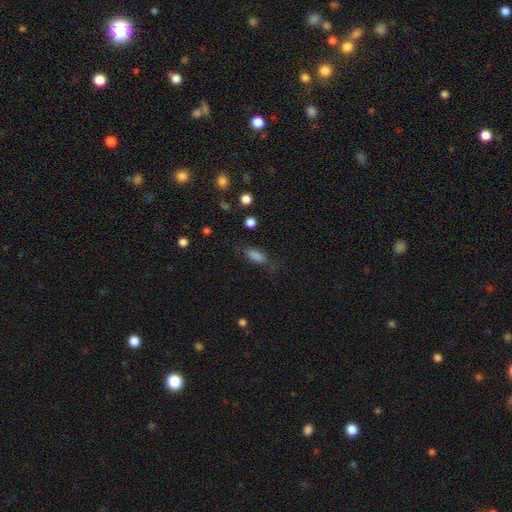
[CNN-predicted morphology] smooth 78%, star or artifact 11%, featured or disk 11%. Down the decision tree: how rounded — in between (73%); merging — none (65%).